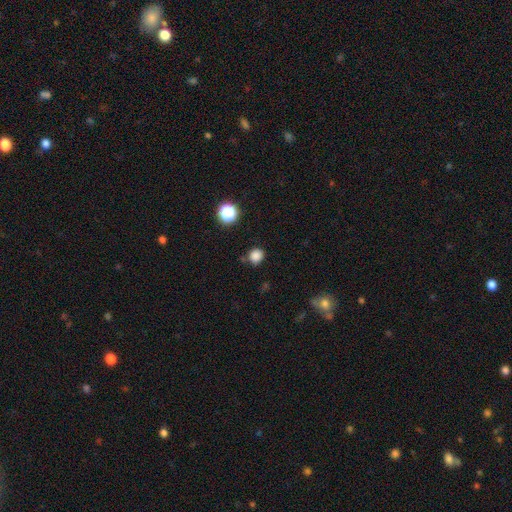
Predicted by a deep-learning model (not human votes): Smooth or featured?
  - smooth: 82% *
  - star or artifact: 14%
  - featured or disk: 4%
How rounded?
  - round: 85% *
  - in between: 14%
  - cigar-shaped: 1%
Merging?
  - none: 81% *
  - minor disturbance: 12%
  - merger: 4%
  - major disturbance: 3%